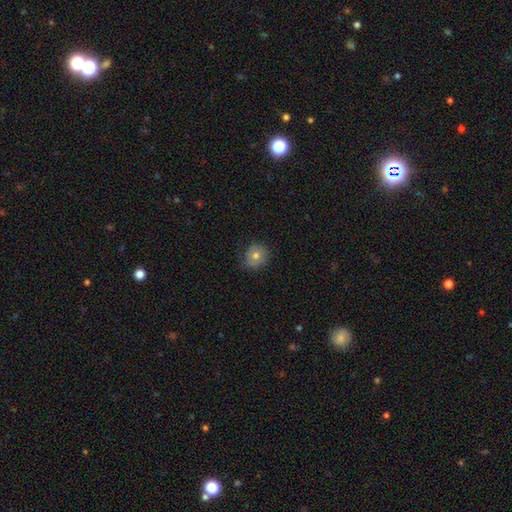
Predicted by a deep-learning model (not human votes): This appears to be a smooth galaxy with no disk features (67%) that is round (86%). Merging: none (80%).